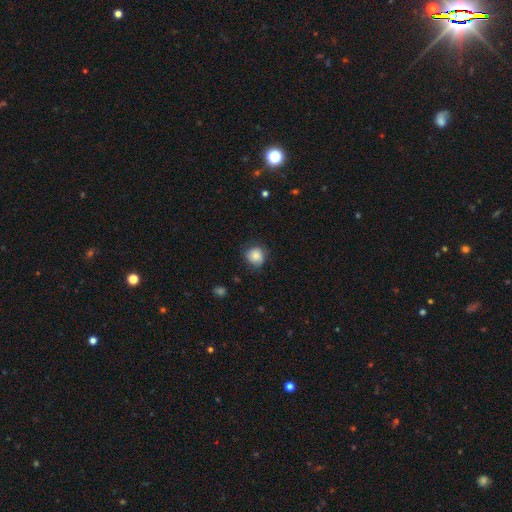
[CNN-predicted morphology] Smooth or featured? smooth (80%)
How rounded? round (81%)
Merging? none (70%)